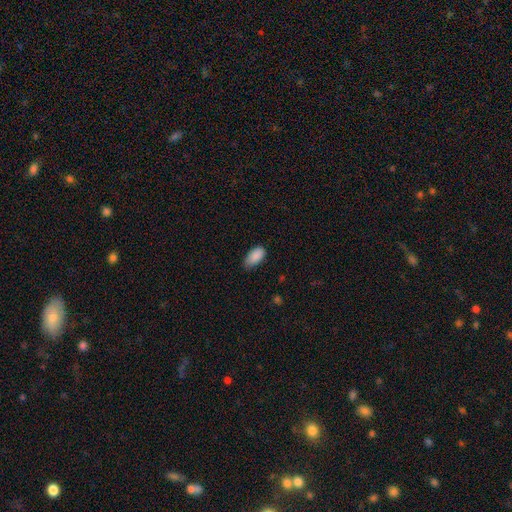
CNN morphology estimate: Overall: smooth (89%). How rounded: in between (94%). Merging: none (67%; minor disturbance 28%).